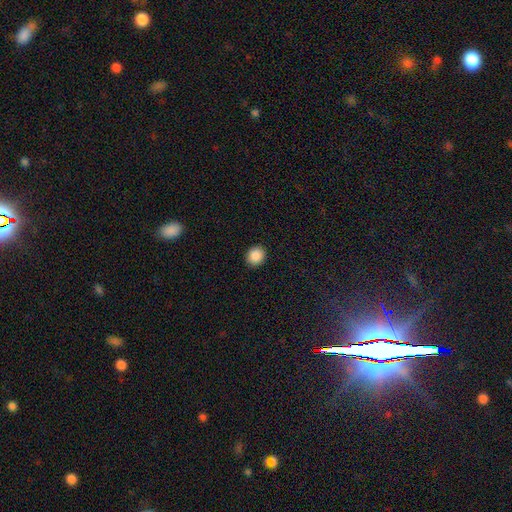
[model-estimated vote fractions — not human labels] Smooth or featured?
  - smooth: 88% *
  - star or artifact: 9%
  - featured or disk: 3%
How rounded?
  - round: 75% *
  - in between: 24%
  - cigar-shaped: 1%
Merging?
  - none: 91% *
  - minor disturbance: 6%
  - major disturbance: 2%
  - merger: 1%